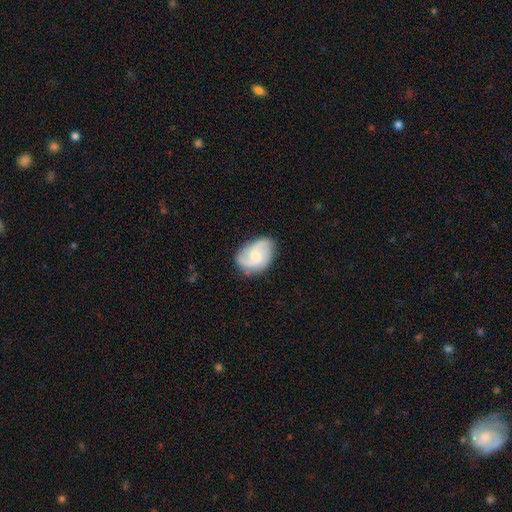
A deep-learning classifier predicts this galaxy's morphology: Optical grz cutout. It shows a featured or disk galaxy (64%) with no bar (63%), 2 (56%) medium (47%) spiral arms (92%) and a small central bulge (60%). Merging: none (70%).